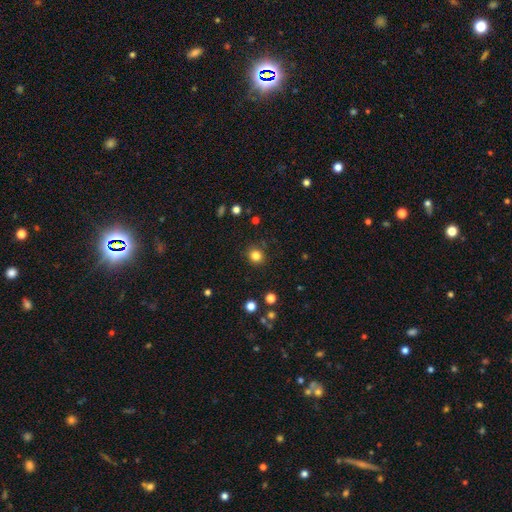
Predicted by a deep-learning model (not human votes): smooth 82%, star or artifact 13%, featured or disk 5%. Down the decision tree: how rounded — round (87%); merging — none (89%).